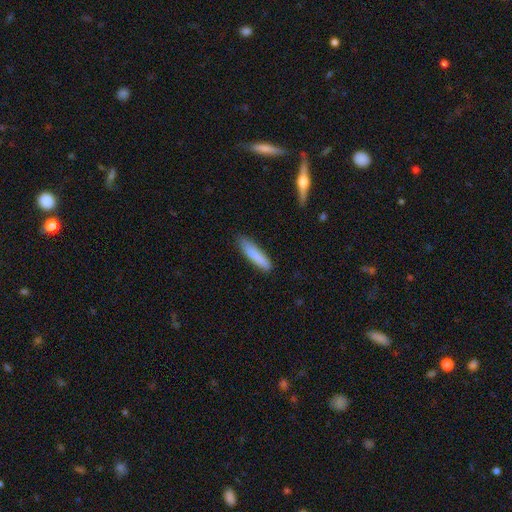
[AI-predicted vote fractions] Smooth or featured? Predicted: smooth (p=0.84). How rounded? Predicted: cigar-shaped (p=0.85). Merging? Predicted: none (p=0.82).